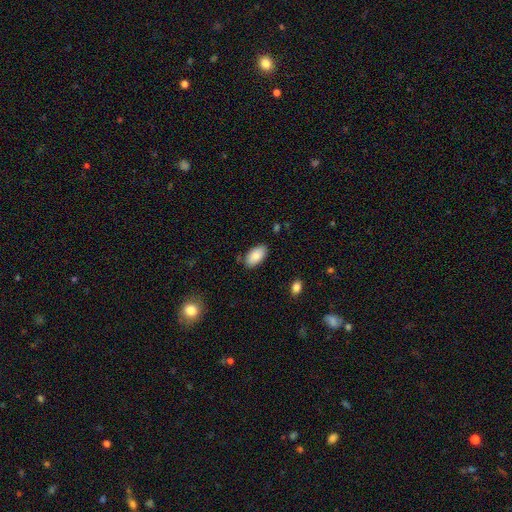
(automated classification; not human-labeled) The model was most divided on "merging": none: 83%, minor disturbance: 12%, major disturbance: 2%, merger: 2%. More confident: how rounded — in between (95%); smooth or featured — smooth (86%).